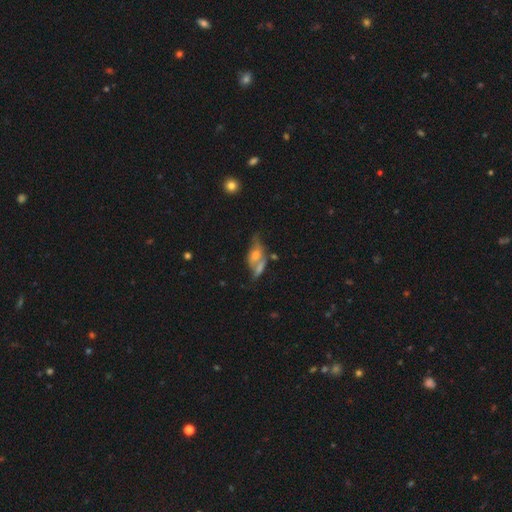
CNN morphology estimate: A featured or disk galaxy (48%). Merging: merger (35%).